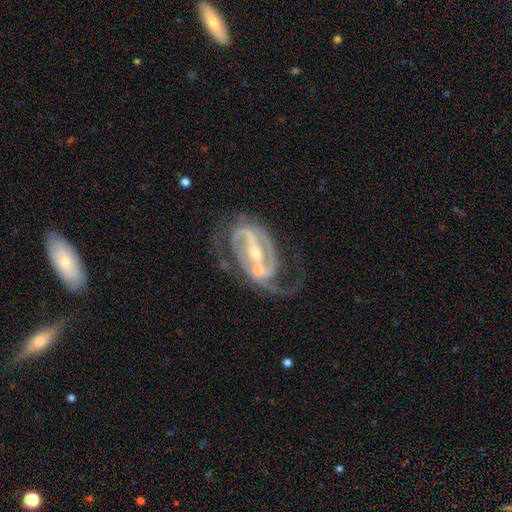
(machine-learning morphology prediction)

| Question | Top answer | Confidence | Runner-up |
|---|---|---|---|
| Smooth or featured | featured or disk | 90% | star or artifact (5%) |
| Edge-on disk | no | 96% | yes (4%) |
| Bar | strong | 60% | weak (27%) |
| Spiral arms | yes | 96% | no (4%) |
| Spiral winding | medium | 47% | tight (37%) |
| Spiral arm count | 2 | 73% | 3 (9%) |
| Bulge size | small | 55% | moderate (40%) |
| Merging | none | 46% | major disturbance (19%) |